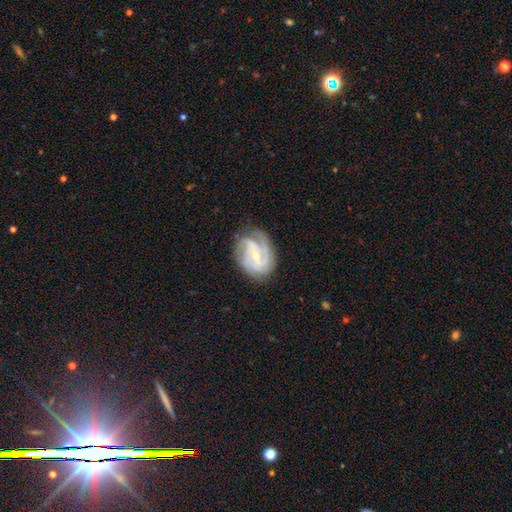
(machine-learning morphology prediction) A featured or disk galaxy (90%) with a weak bar (46%), 3 (47%) tight (52%) spiral arms (98%) and a small central bulge (63%).

Vote fractions:
- Smooth or featured? featured or disk: 90% / smooth: 6% / star or artifact: 5%
- Edge-on disk? no: 98% / yes: 2%
- Bar? weak: 46% / no: 31% / strong: 23%
- Spiral arms? yes: 98% / no: 2%
- Spiral winding? tight: 52% / medium: 40% / loose: 7%
- Spiral arm count? 3: 47% / 2: 25% / can't tell: 11% / 4: 9% / 1: 5% / more than 4: 4%
- Bulge size? small: 63% / moderate: 34% / none: 2% / large: 1% / dominant: 1%
- Merging? none: 74% / minor disturbance: 18% / major disturbance: 7% / merger: 1%